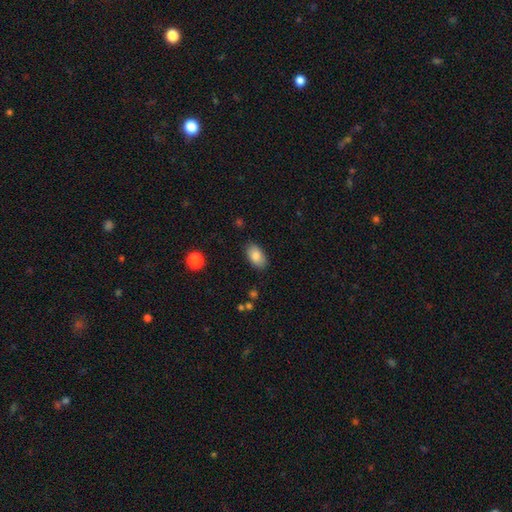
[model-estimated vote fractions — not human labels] This appears to be a smooth galaxy with no disk features (85%) that is in between round and cigar-shaped (92%). Merging: none (85%).